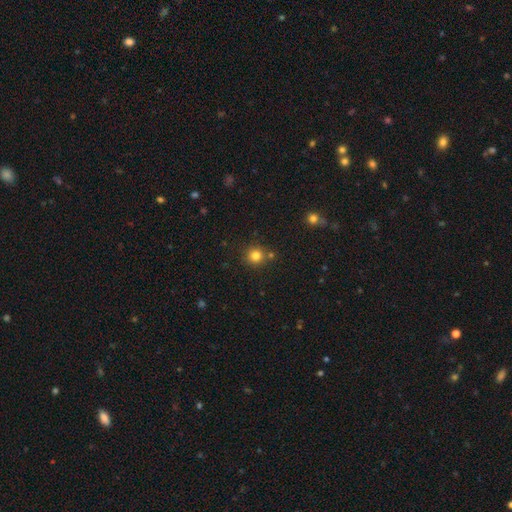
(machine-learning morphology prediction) This is clearly a smooth galaxy (81%). How rounded: clearly round (92%). Merging: likely none (80%).